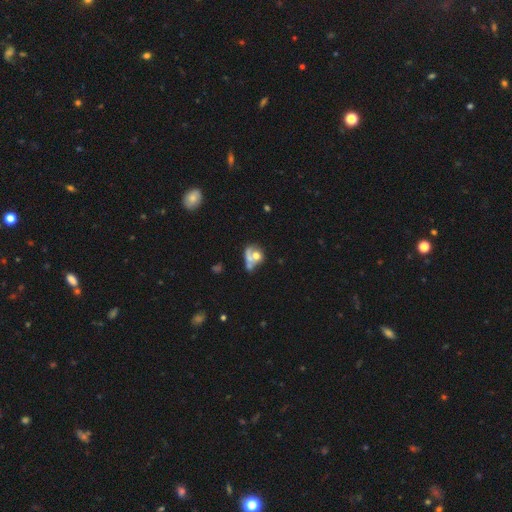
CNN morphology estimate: Smooth or featured? smooth (49%)
Merging? merger (53%)